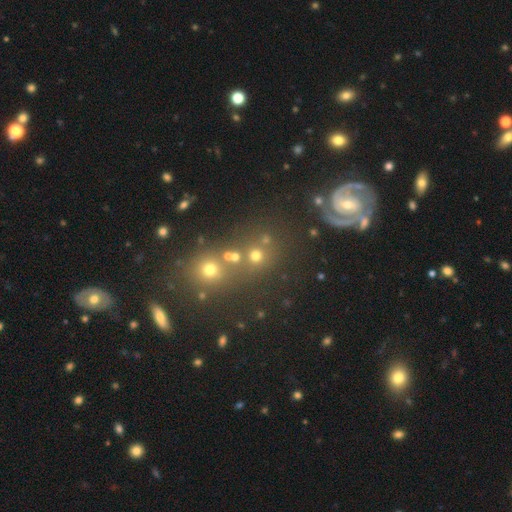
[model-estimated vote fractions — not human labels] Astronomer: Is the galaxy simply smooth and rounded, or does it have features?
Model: smooth — 63%.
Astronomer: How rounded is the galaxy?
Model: round — 85%.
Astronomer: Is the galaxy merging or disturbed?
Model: none — 66%.